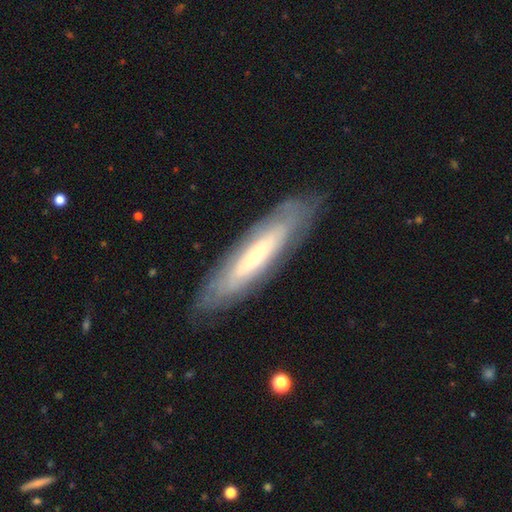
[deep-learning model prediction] This is likely a featured or disk galaxy (62%). It is possibly not viewed edge-on (59%). Merging: clearly none (83%).